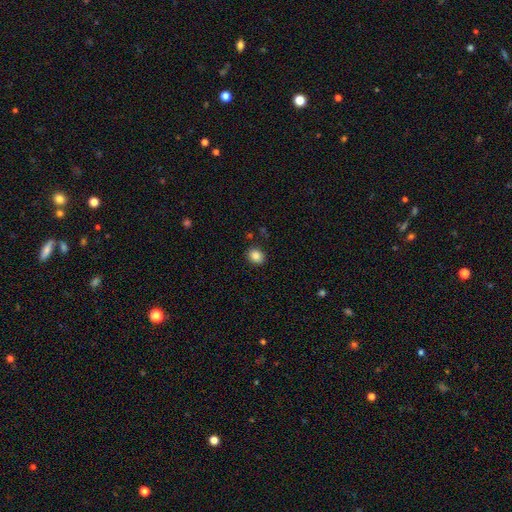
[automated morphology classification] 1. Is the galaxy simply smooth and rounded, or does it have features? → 86% smooth, 10% star or artifact, 5% featured or disk.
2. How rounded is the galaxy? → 58% round, 42% in between, 1% cigar-shaped.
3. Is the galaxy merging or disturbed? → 88% none, 8% minor disturbance, 2% major disturbance, 2% merger.